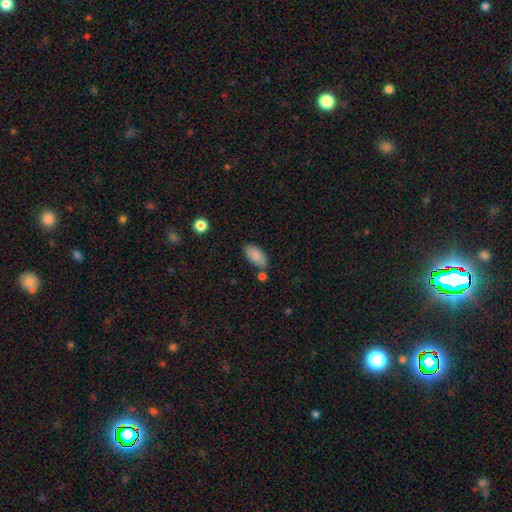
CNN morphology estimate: A smooth galaxy with no disk features (87%) that is in between round and cigar-shaped (92%).

Vote fractions:
- Smooth or featured? smooth: 87% / star or artifact: 7% / featured or disk: 6%
- How rounded? in between: 92% / cigar-shaped: 5% / round: 2%
- Merging? none: 70% / minor disturbance: 16% / merger: 10% / major disturbance: 4%